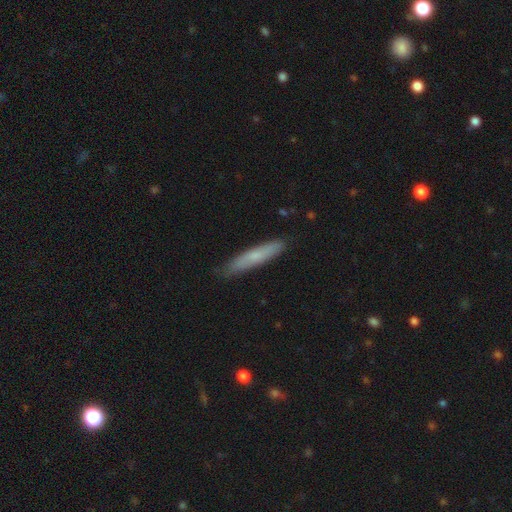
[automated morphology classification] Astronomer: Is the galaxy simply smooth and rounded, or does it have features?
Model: smooth — 65%.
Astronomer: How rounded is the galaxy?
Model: cigar-shaped — 89%.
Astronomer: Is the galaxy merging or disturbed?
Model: none — 85%.